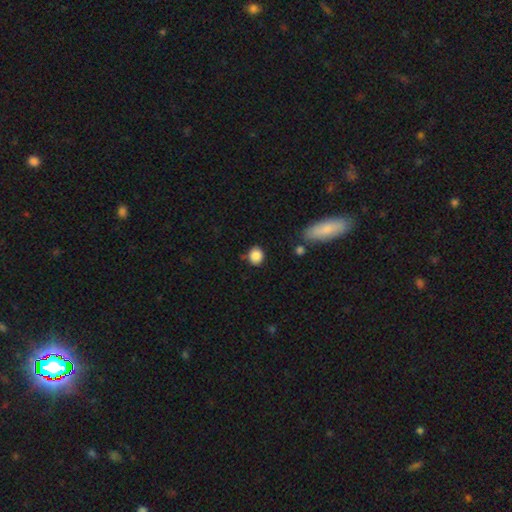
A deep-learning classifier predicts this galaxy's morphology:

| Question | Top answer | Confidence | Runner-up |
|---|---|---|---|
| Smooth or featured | smooth | 87% | star or artifact (9%) |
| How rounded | round | 70% | in between (28%) |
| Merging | none | 76% | minor disturbance (16%) |